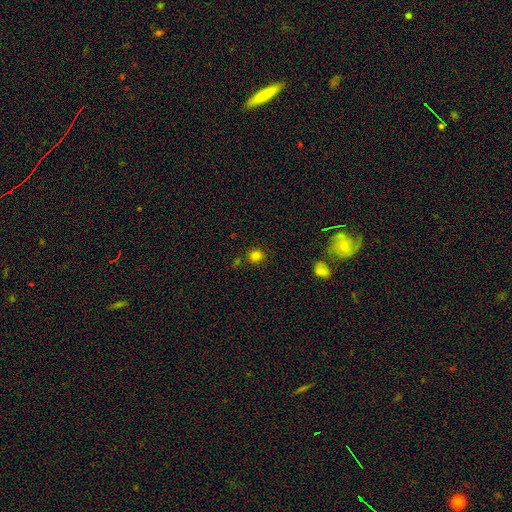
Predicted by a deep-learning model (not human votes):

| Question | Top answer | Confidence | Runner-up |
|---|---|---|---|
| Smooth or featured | smooth | 80% | star or artifact (15%) |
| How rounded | round | 80% | in between (19%) |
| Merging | none | 84% | minor disturbance (9%) |